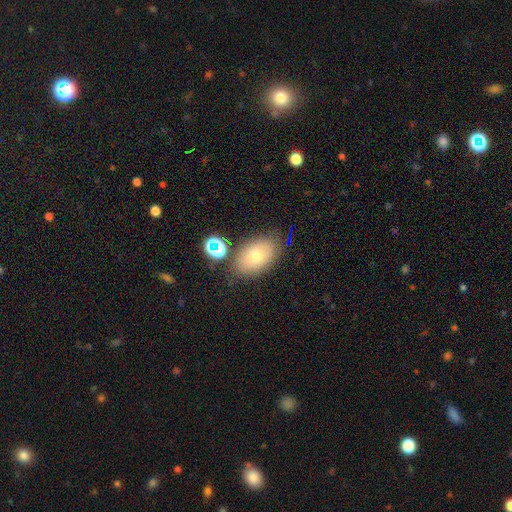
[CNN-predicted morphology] A smooth galaxy with no disk features (70%) that is in between round and cigar-shaped (85%).

Vote fractions:
- Smooth or featured? smooth: 70% / featured or disk: 18% / star or artifact: 12%
- How rounded? in between: 85% / round: 14% / cigar-shaped: 1%
- Merging? none: 75% / minor disturbance: 15% / merger: 5% / major disturbance: 5%